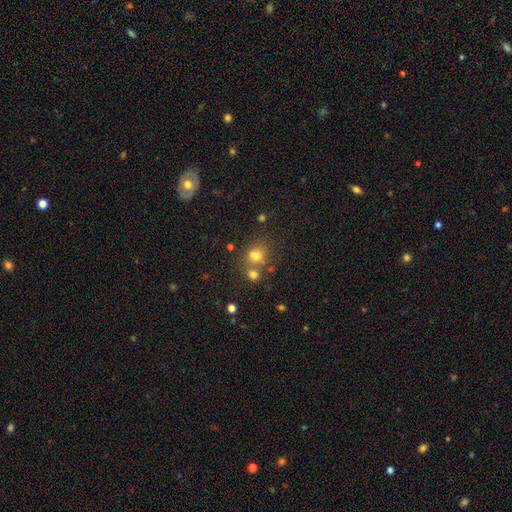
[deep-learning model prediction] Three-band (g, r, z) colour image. It shows a smooth galaxy with no disk features (72%) that is round (64%). Merging: none (50%).